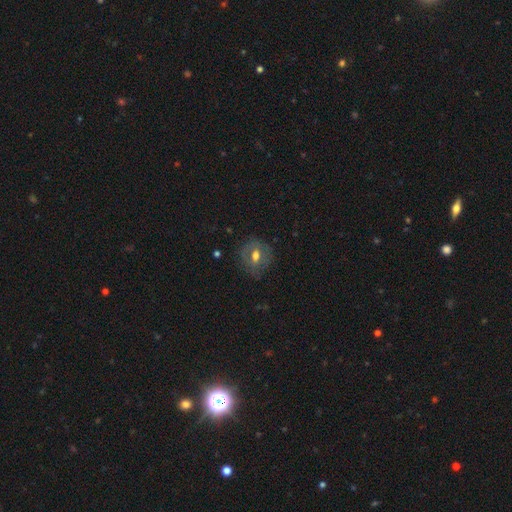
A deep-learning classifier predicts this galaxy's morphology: type=featured or disk (48%); merging=none (73%).